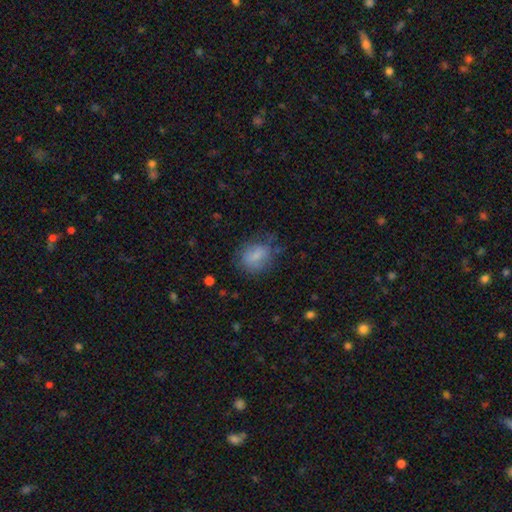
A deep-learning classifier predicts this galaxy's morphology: Q: Smooth or featured?
A: smooth (74%); runner-up: featured or disk (17%)
Q: How rounded?
A: in between (54%); runner-up: round (44%)
Q: Merging?
A: none (61%); runner-up: minor disturbance (25%)